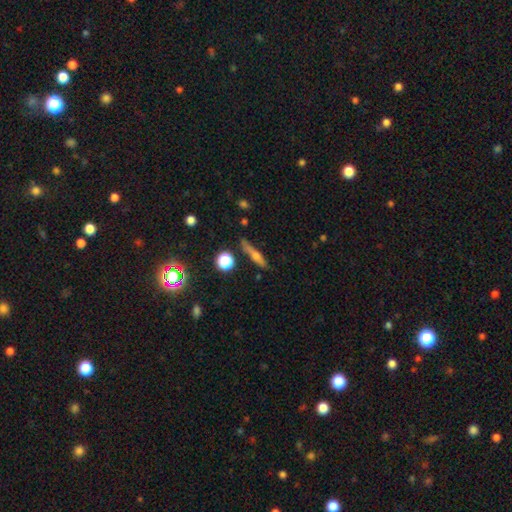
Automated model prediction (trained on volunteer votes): Smooth or featured? smooth (47%)
Merging? none (76%)